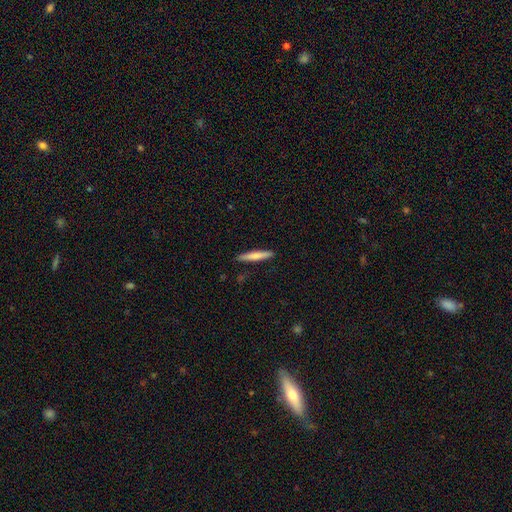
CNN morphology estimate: A smooth galaxy with no disk features (71%) that is cigar-shaped (94%).

Vote fractions:
- Smooth or featured? smooth: 71% / featured or disk: 24% / star or artifact: 5%
- How rounded? cigar-shaped: 94% / in between: 5% / round: 1%
- Merging? none: 90% / minor disturbance: 7% / major disturbance: 1% / merger: 1%